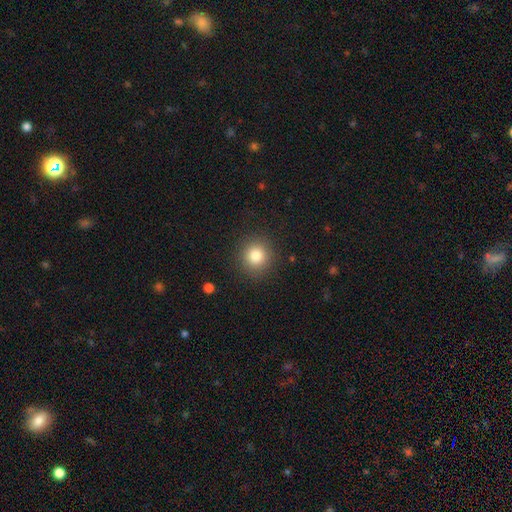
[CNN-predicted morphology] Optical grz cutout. It shows a smooth galaxy with no disk features (82%) that is round (92%). Merging: none (89%).